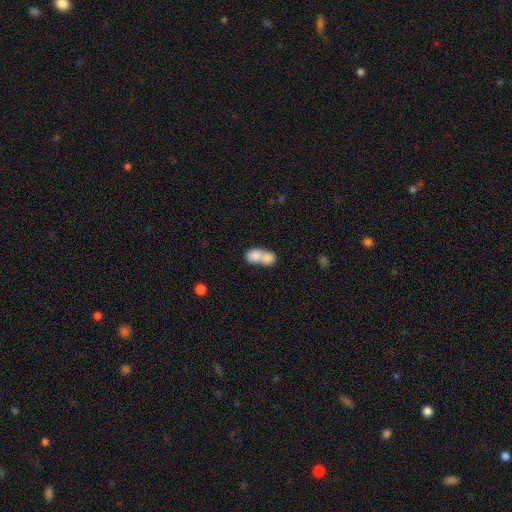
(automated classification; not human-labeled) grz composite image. It shows a smooth galaxy with no disk features (79%) that is in between round and cigar-shaped (64%). Merging: merger (76%).